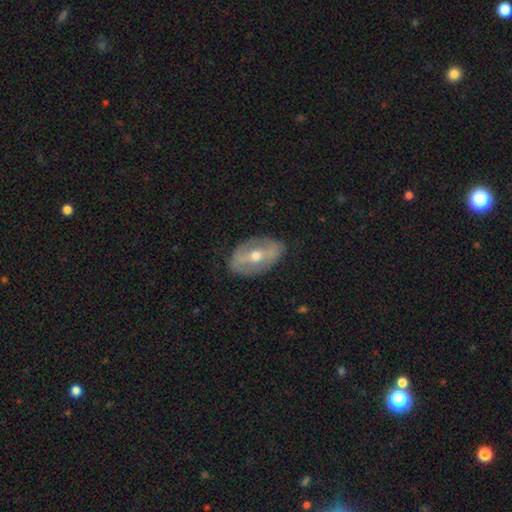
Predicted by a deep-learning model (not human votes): Q: Smooth or featured?
A: featured or disk (68%); runner-up: smooth (25%)
Q: Edge-on disk?
A: no (87%); runner-up: yes (13%)
Q: Bar?
A: strong (51%); runner-up: weak (29%)
Q: Spiral arms?
A: no (60%); runner-up: yes (40%)
Q: Bulge size?
A: moderate (63%); runner-up: small (32%)
Q: Merging?
A: none (81%); runner-up: minor disturbance (14%)